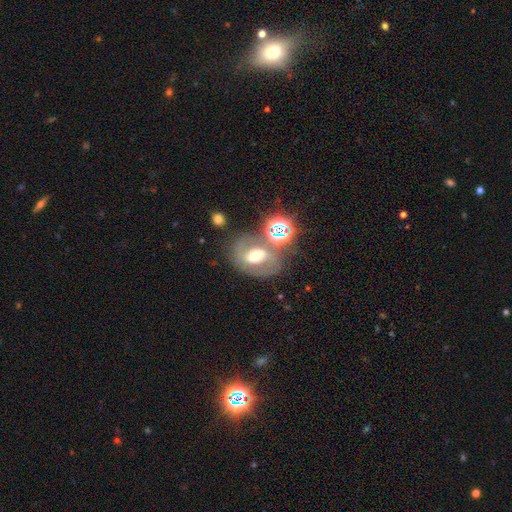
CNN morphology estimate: Smooth or featured? Predicted: featured or disk (p=0.55). Edge-on disk? Predicted: no (p=0.95). Bar? Predicted: no (p=0.38). Spiral arms? Predicted: yes (p=0.60). Bulge size? Predicted: moderate (p=0.64). Merging? Predicted: none (p=0.56).